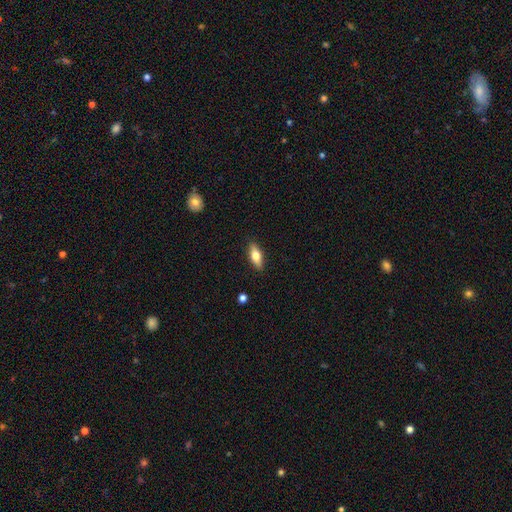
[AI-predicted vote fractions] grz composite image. It shows a smooth galaxy with no disk features (61%) that is in between round and cigar-shaped (66%). Merging: none (88%).